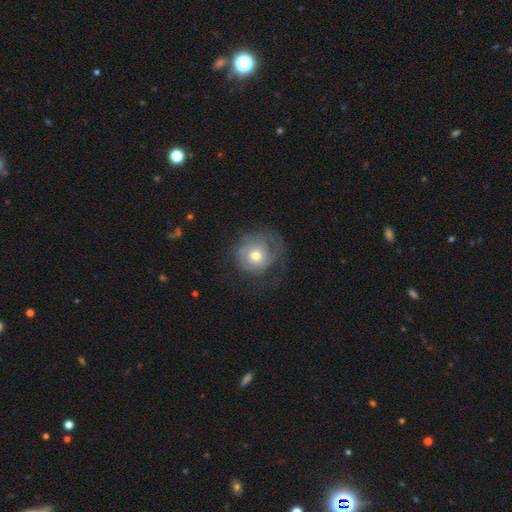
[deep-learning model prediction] A featured or disk galaxy (56%) with no bar (83%), spiral arms (70%) and a moderate central bulge (66%). Merging: none (55%).